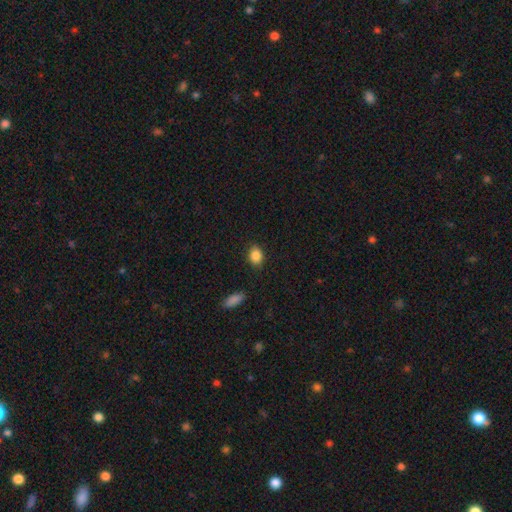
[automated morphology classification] A smooth galaxy with no disk features (87%) that is in between round and cigar-shaped (63%). Merging: none (85%).